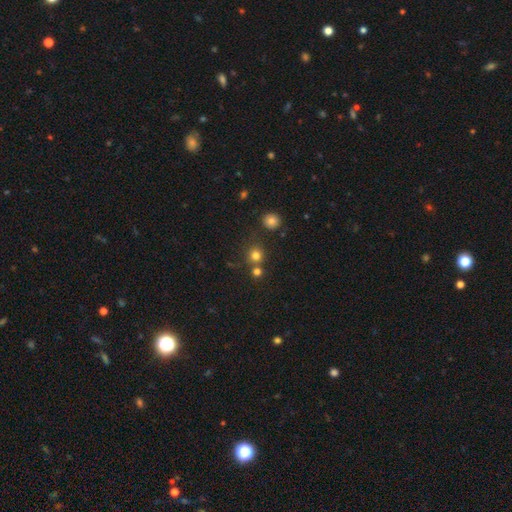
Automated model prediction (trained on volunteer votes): Overall: smooth (77%). How rounded: round (90%). Merging: none (69%).